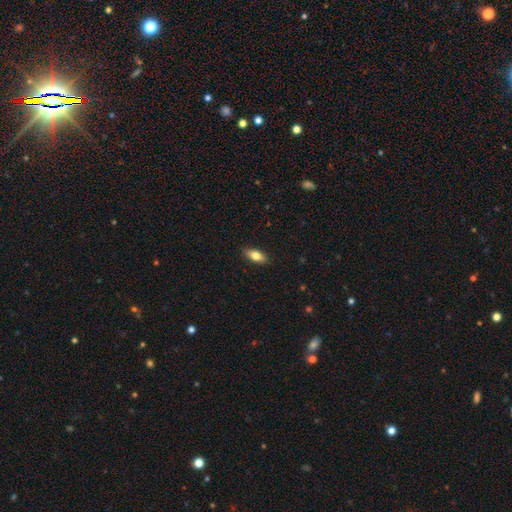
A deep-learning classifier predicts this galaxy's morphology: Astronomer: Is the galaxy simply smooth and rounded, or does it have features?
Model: smooth — 74%.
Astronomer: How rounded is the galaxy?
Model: in between — 79%.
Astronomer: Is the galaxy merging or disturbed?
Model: none — 89%.